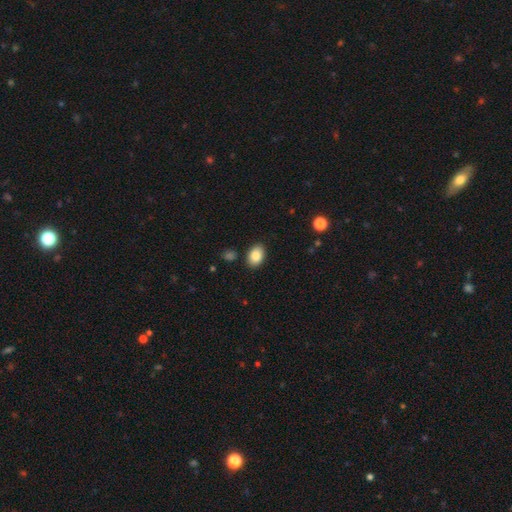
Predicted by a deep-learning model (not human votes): A smooth galaxy with no disk features (87%) that is in between round and cigar-shaped (84%). Merging: none (86%).